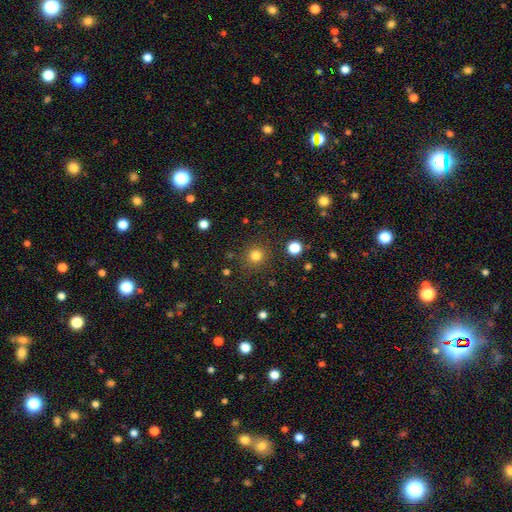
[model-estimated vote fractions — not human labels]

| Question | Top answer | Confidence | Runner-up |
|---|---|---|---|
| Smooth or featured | smooth | 81% | star or artifact (15%) |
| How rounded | round | 93% | in between (6%) |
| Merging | none | 87% | minor disturbance (7%) |